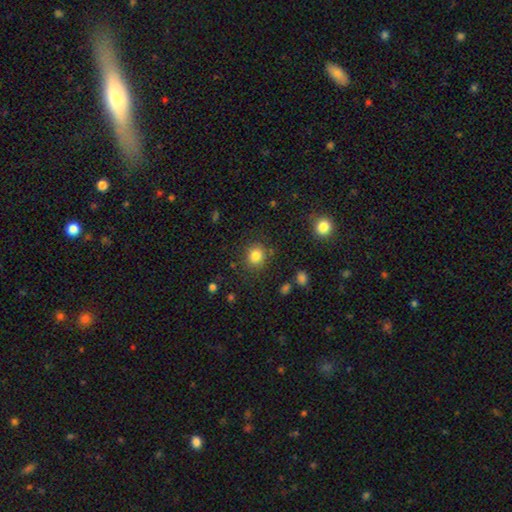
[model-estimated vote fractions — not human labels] A smooth galaxy with no disk features (82%) that is round (84%).

Vote fractions:
- Smooth or featured? smooth: 82% / star or artifact: 12% / featured or disk: 6%
- How rounded? round: 84% / in between: 15% / cigar-shaped: 1%
- Merging? none: 83% / minor disturbance: 10% / major disturbance: 4% / merger: 3%